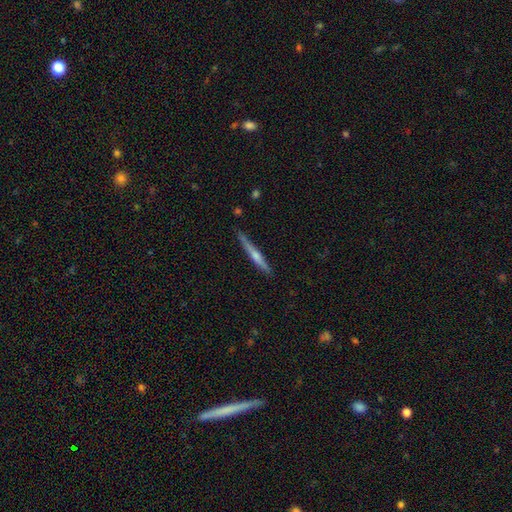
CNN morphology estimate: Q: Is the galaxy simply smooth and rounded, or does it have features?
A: featured or disk — 69%.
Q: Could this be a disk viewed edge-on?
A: yes — 98%.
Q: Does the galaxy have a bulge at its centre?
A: rounded — 78%.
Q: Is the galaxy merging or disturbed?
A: none — 86%.